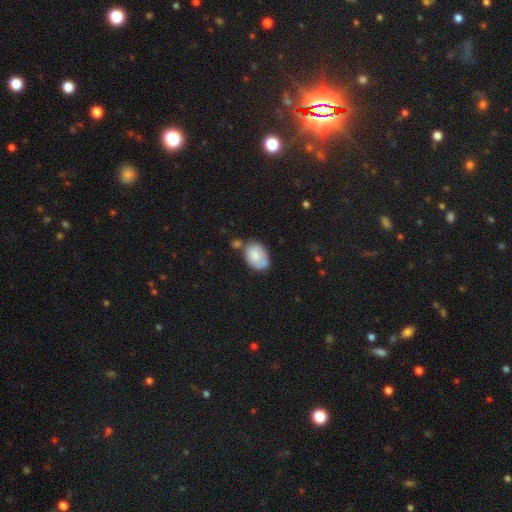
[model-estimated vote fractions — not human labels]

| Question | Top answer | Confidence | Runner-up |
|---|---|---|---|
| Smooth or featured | smooth | 76% | featured or disk (17%) |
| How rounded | in between | 82% | round (17%) |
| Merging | none | 47% | minor disturbance (26%) |